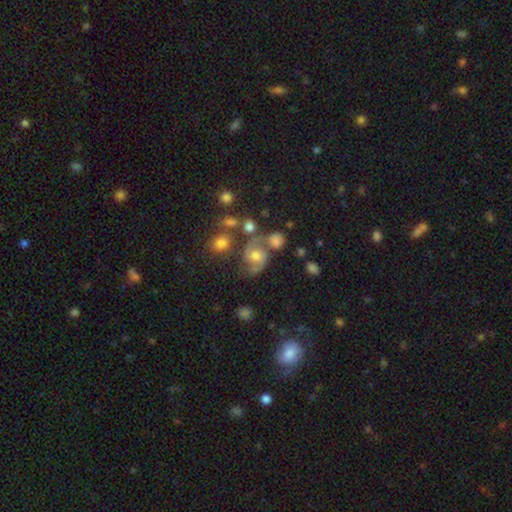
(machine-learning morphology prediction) Q: Smooth or featured?
A: star or artifact (41%); tied with: smooth (41%)